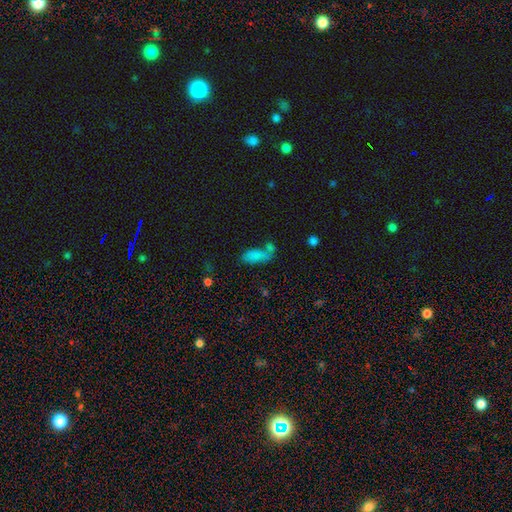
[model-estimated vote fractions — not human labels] smooth 80%, star or artifact 11%, featured or disk 9%. Down the decision tree: how rounded — in between (83%); merging — none (40%).